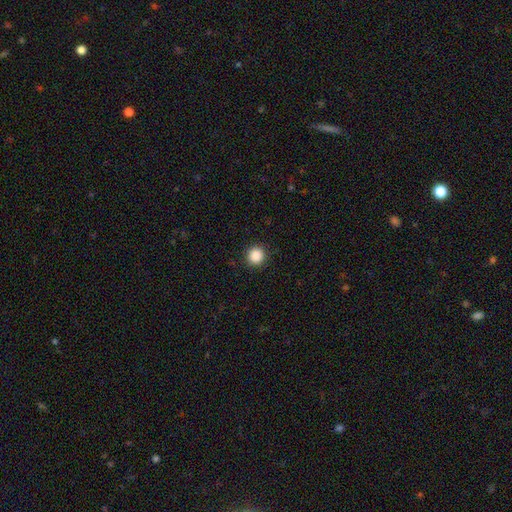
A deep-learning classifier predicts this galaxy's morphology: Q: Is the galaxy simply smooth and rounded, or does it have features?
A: smooth — 88%.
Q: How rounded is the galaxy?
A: round — 93%.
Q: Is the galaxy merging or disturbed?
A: none — 92%.